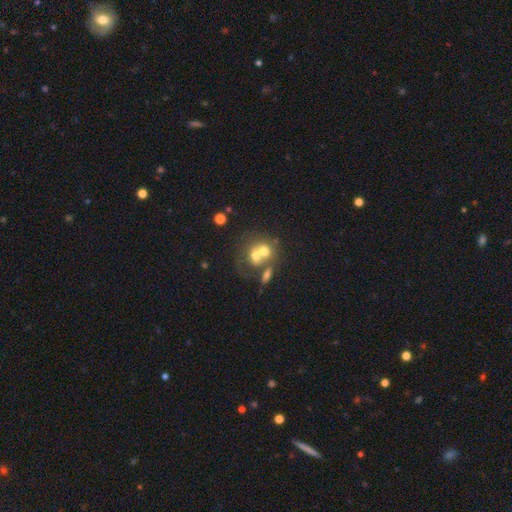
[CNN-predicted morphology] Q: Smooth or featured?
A: smooth (57%); runner-up: featured or disk (31%)
Q: How rounded?
A: round (66%); runner-up: in between (33%)
Q: Merging?
A: merger (64%); runner-up: none (22%)